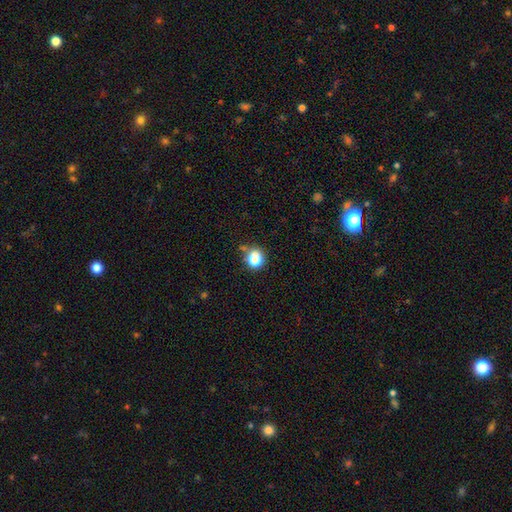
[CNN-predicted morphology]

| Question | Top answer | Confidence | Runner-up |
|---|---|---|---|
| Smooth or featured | smooth | 80% | star or artifact (12%) |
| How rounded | round | 77% | in between (22%) |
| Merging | none | 70% | minor disturbance (18%) |